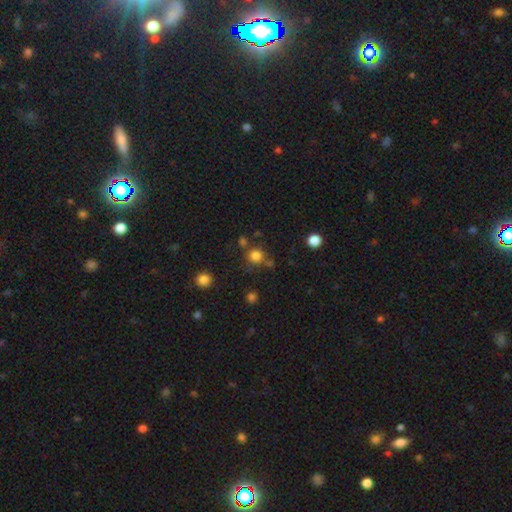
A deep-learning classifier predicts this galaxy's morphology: Smooth or featured?
  - smooth: 79% *
  - star or artifact: 15%
  - featured or disk: 5%
How rounded?
  - round: 92% *
  - in between: 7%
  - cigar-shaped: 1%
Merging?
  - none: 72% *
  - merger: 13%
  - minor disturbance: 10%
  - major disturbance: 4%